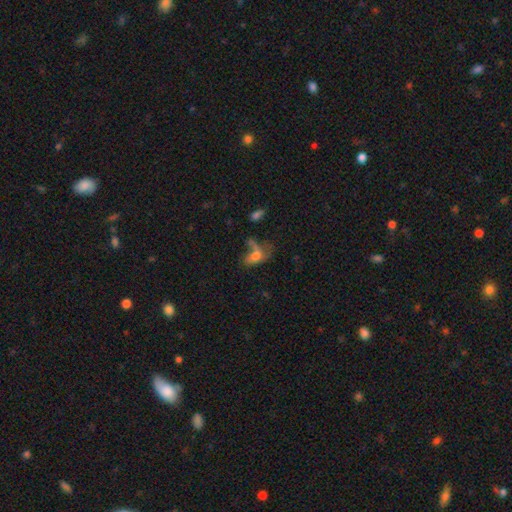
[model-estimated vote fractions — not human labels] smooth 53%, featured or disk 34%, star or artifact 13%. Down the decision tree: how rounded — in between (82%); merging — major disturbance (35%).